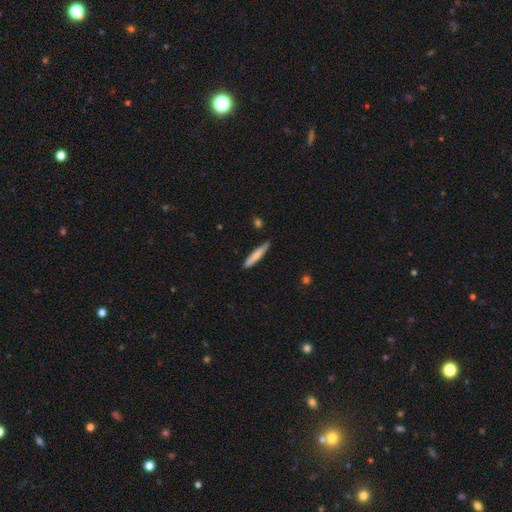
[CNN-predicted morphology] Q: Smooth or featured?
A: smooth (76%); runner-up: featured or disk (19%)
Q: How rounded?
A: cigar-shaped (92%); runner-up: in between (7%)
Q: Merging?
A: none (81%); runner-up: minor disturbance (15%)